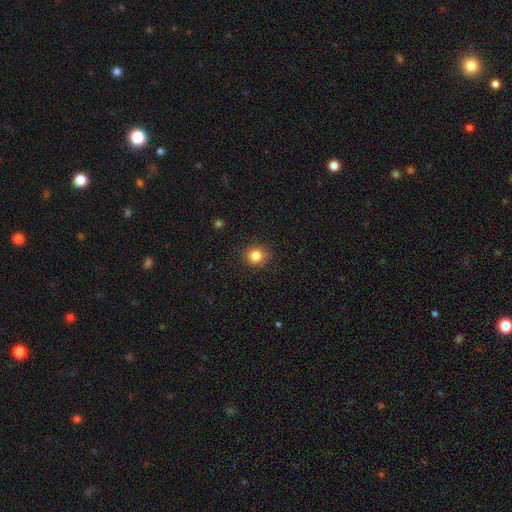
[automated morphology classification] type=smooth (84%); roundness=round (87%); merging=none (86%).